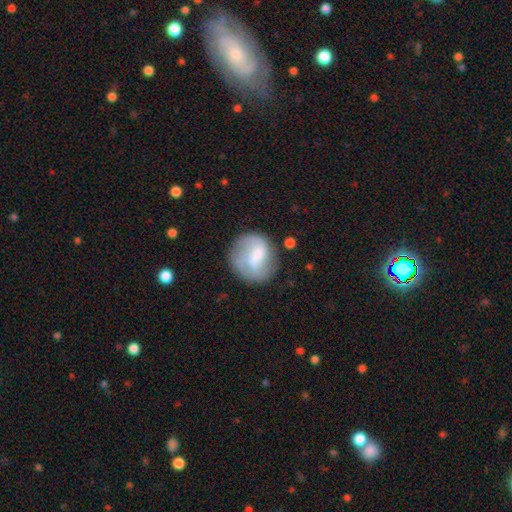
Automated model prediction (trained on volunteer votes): Overall: featured or disk (49%; smooth 44%). Merging: none (61%).